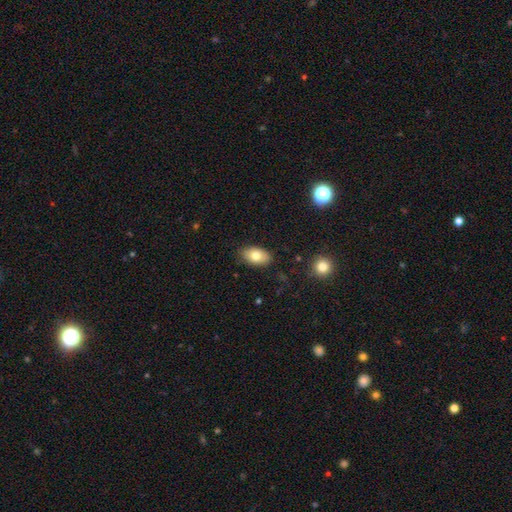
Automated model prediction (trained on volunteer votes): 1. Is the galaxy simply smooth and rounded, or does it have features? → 77% smooth, 16% featured or disk, 8% star or artifact.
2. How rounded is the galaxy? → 92% in between, 6% round, 2% cigar-shaped.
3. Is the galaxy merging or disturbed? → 85% none, 11% minor disturbance, 2% major disturbance, 1% merger.